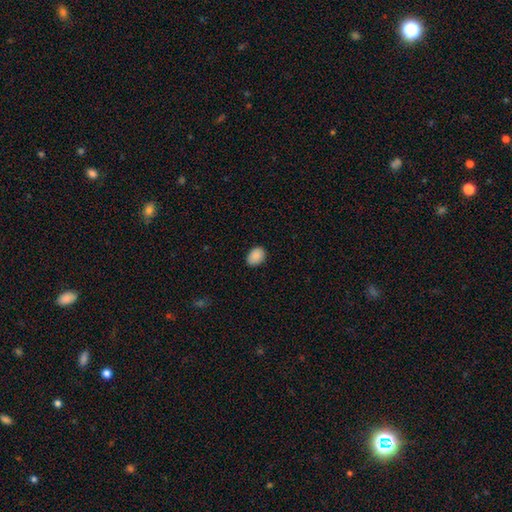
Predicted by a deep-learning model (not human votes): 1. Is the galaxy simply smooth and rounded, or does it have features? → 90% smooth, 8% star or artifact, 3% featured or disk.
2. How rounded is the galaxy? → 77% in between, 23% round, 1% cigar-shaped.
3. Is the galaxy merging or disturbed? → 86% none, 10% minor disturbance, 2% major disturbance, 1% merger.